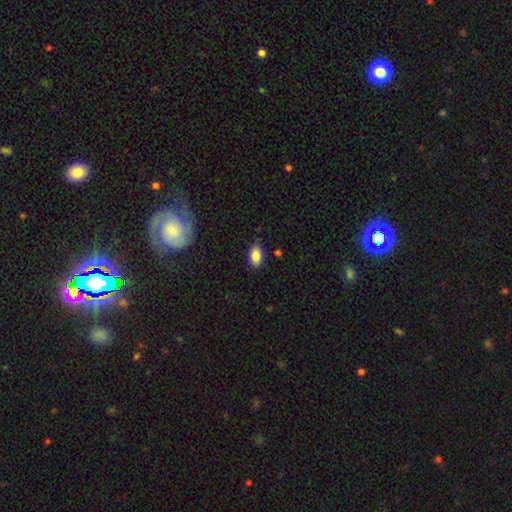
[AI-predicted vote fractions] Morphology: type=smooth (86%); roundness=in between (91%); merging=none (83%).